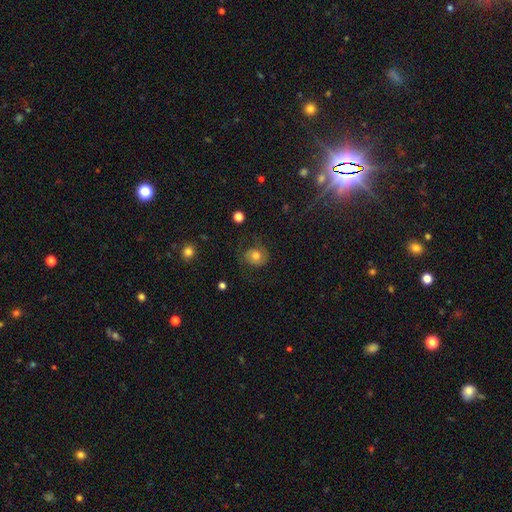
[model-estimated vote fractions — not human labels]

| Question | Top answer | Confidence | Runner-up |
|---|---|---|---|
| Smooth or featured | smooth | 55% | featured or disk (35%) |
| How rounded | round | 72% | in between (27%) |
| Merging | none | 64% | minor disturbance (20%) |